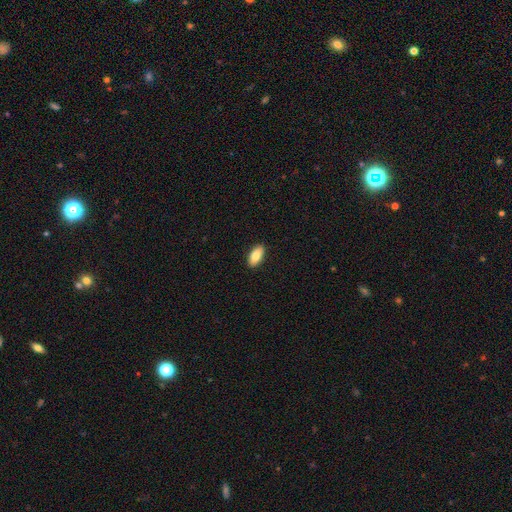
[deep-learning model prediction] Morphology: type=smooth (82%); roundness=in between (91%); merging=none (90%).